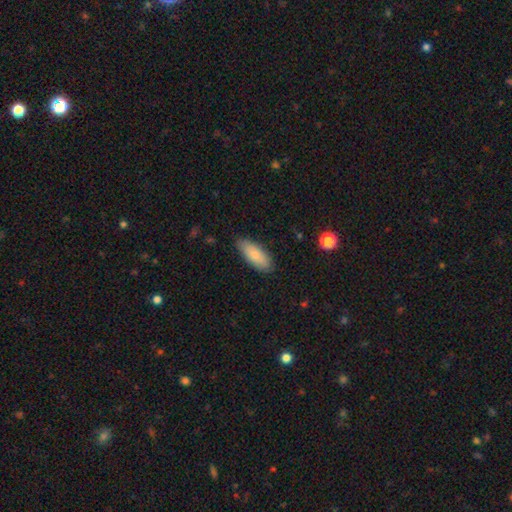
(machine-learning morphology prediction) The model was most divided on "how rounded": in between: 79%, cigar-shaped: 19%, round: 2%. More confident: merging — none (84%); smooth or featured — smooth (82%).